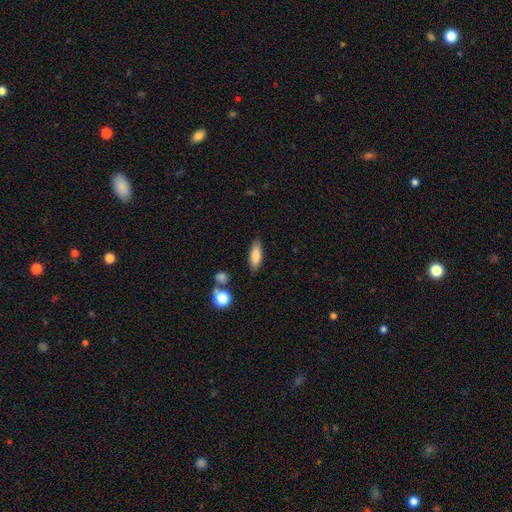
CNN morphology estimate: smooth_or_featured: smooth (p=0.81) [alt: featured or disk p=0.12]
how_rounded: in between (p=0.69) [alt: cigar-shaped p=0.28]
merging: none (p=0.82) [alt: minor disturbance p=0.12]